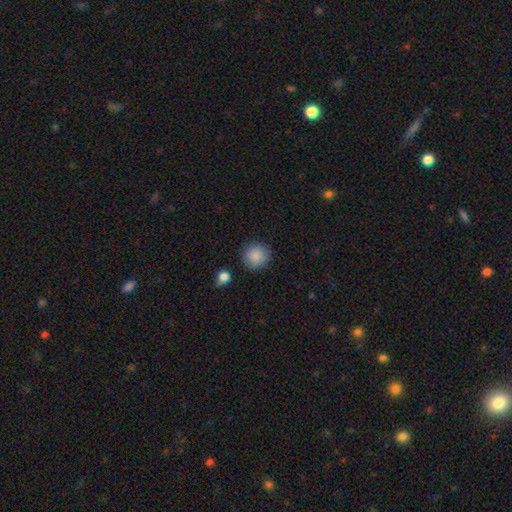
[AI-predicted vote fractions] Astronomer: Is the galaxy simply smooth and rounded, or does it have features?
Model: smooth — 88%.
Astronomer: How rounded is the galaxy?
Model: round — 93%.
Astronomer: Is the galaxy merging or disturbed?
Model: none — 87%.